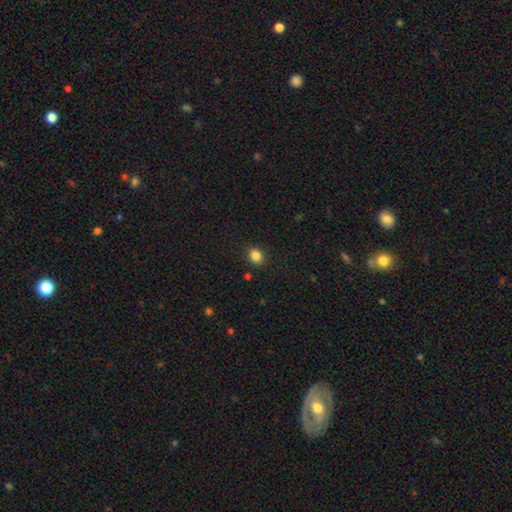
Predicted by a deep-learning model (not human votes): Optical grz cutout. It shows a smooth galaxy with no disk features (85%) that is round (50%). Merging: none (87%).